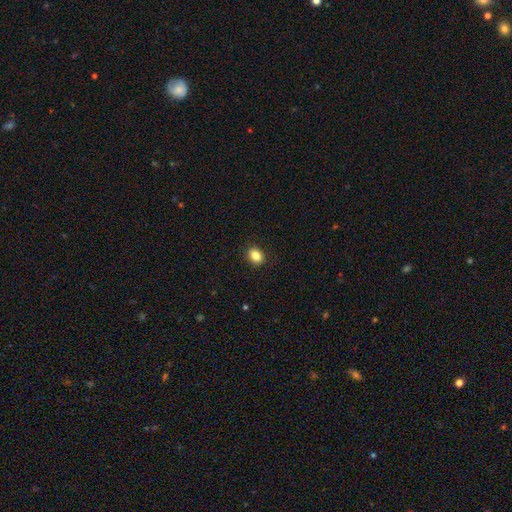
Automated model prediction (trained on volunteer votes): A smooth galaxy with no disk features (86%) that is in between round and cigar-shaped (59%). Merging: none (90%).